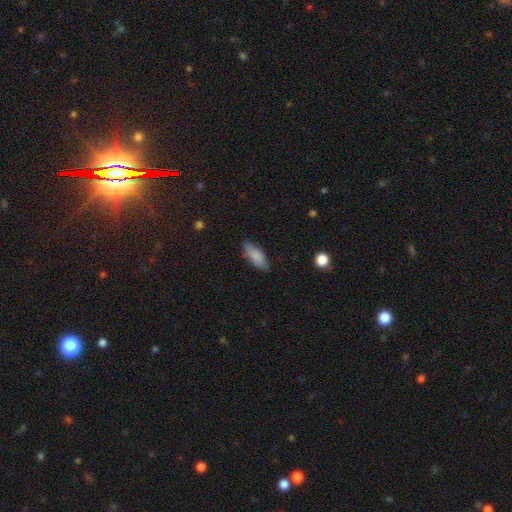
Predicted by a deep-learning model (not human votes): A smooth galaxy with no disk features (84%) that is in between round and cigar-shaped (72%).

Vote fractions:
- Smooth or featured? smooth: 84% / featured or disk: 10% / star or artifact: 7%
- How rounded? in between: 72% / cigar-shaped: 26% / round: 2%
- Merging? none: 80% / minor disturbance: 16% / major disturbance: 3% / merger: 2%